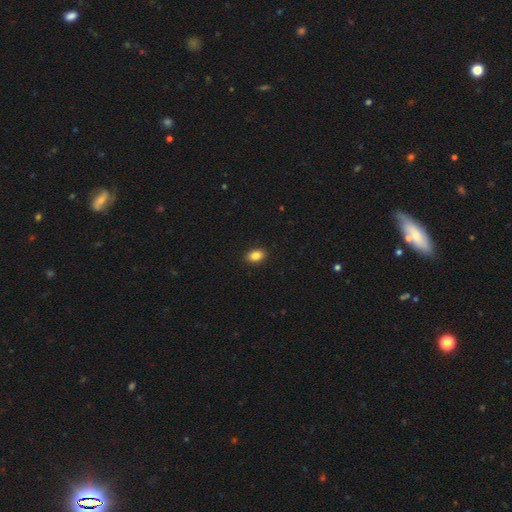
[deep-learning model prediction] smooth_or_featured: smooth (p=0.86) [alt: star or artifact p=0.09]
how_rounded: in between (p=0.84) [alt: round p=0.15]
merging: none (p=0.90) [alt: minor disturbance p=0.07]